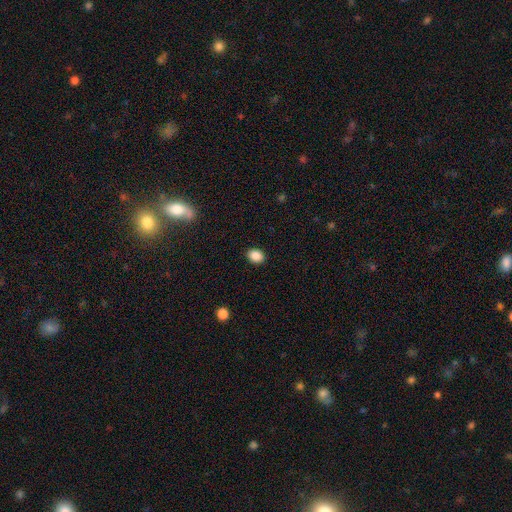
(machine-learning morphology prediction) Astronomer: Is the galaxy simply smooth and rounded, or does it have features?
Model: smooth — 88%.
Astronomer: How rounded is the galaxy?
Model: in between — 58% (runner-up: round, 41%).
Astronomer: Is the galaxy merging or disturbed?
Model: none — 90%.